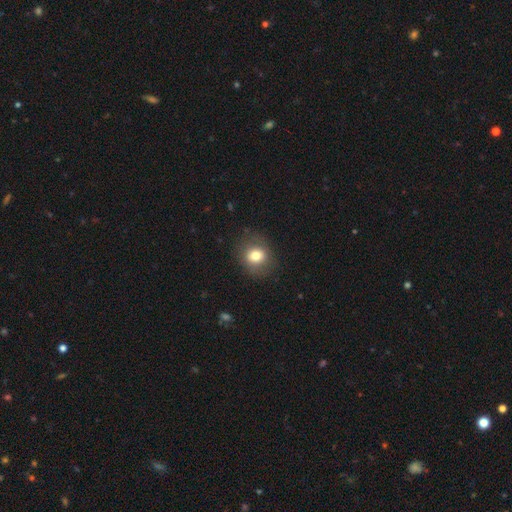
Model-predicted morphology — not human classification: Smooth or featured: smooth — 76% (featured or disk — 14%)
How rounded: round — 66% (in between — 33%)
Merging: none — 81% (minor disturbance — 13%)